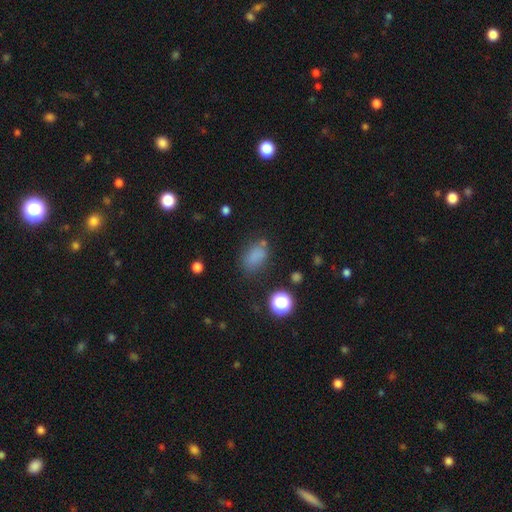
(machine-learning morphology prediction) type=smooth (76%); roundness=in between (78%); merging=none (65%).